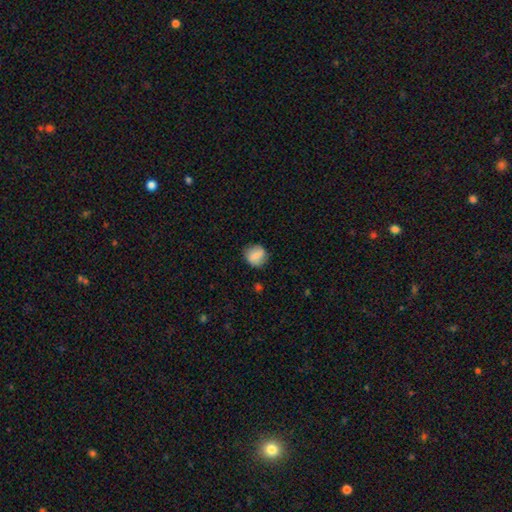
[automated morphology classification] smooth_or_featured: smooth (p=0.72) [alt: featured or disk p=0.20]
how_rounded: round (p=0.85) [alt: in between p=0.14]
merging: none (p=0.81) [alt: minor disturbance p=0.14]